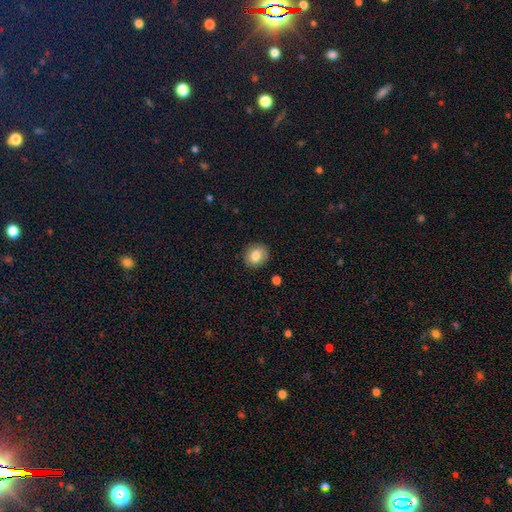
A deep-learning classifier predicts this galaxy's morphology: Smooth or featured? Predicted: smooth (p=0.83). How rounded? Predicted: round (p=0.71). Merging? Predicted: none (p=0.87).